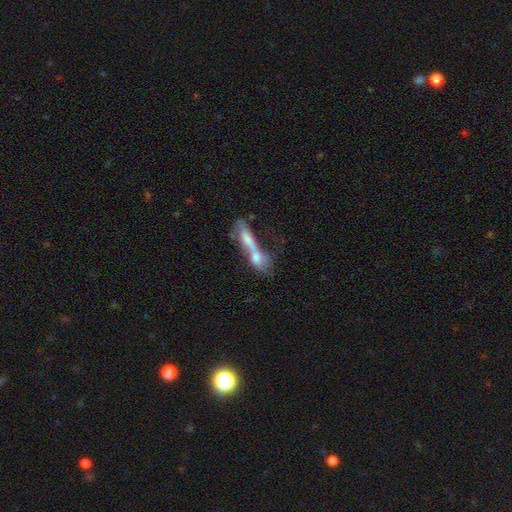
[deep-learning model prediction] smooth 51%, featured or disk 38%, star or artifact 11%. Down the decision tree: how rounded — cigar-shaped (58%); merging — merger (64%).